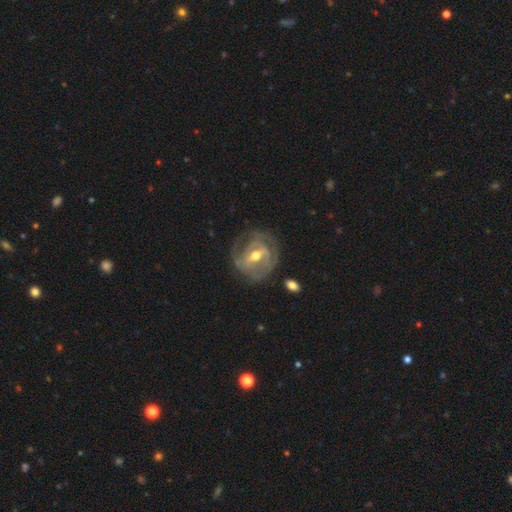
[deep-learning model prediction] A featured or disk galaxy (81%) with a strong bar (43%), 2 (38%) tight (54%) spiral arms (75%) and a moderate central bulge (74%).

Vote fractions:
- Smooth or featured? featured or disk: 81% / smooth: 14% / star or artifact: 5%
- Edge-on disk? no: 95% / yes: 5%
- Bar? strong: 43% / weak: 41% / no: 16%
- Spiral arms? yes: 75% / no: 25%
- Spiral winding? tight: 54% / medium: 33% / loose: 13%
- Spiral arm count? 2: 38% / can't tell: 35% / 3: 12% / 1: 8% / 4: 4% / more than 4: 3%
- Bulge size? moderate: 74% / small: 19% / large: 5% / none: 1% / dominant: 1%
- Merging? none: 64% / minor disturbance: 20% / major disturbance: 14% / merger: 2%